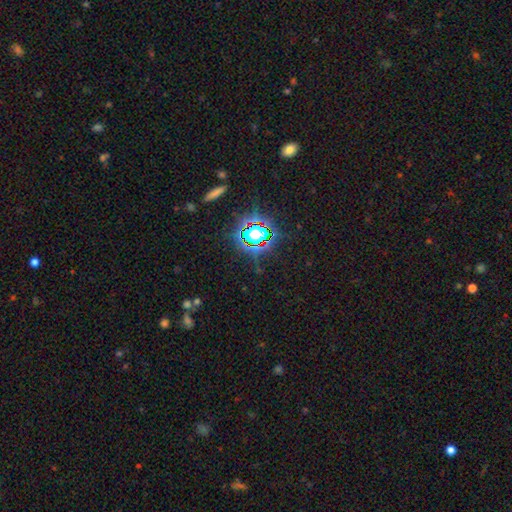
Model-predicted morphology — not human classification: The model was most divided on "smooth or featured": star or artifact: 80%, smooth: 12%, featured or disk: 8%.